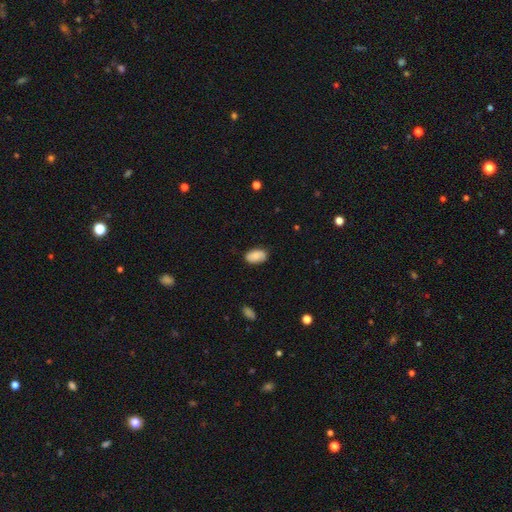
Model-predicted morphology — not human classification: The model was most divided on "merging": none: 82%, minor disturbance: 14%, major disturbance: 3%, merger: 1%. More confident: how rounded — in between (93%); smooth or featured — smooth (82%).